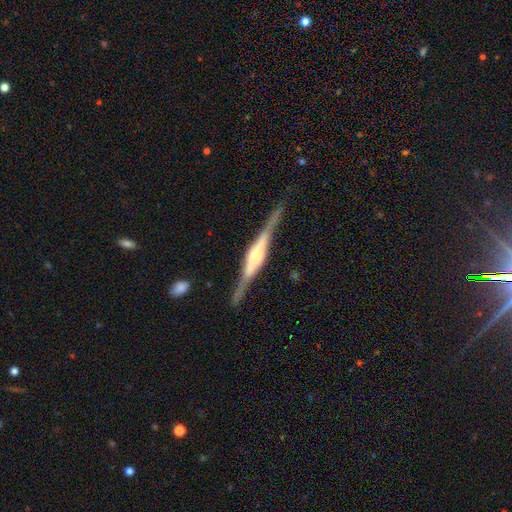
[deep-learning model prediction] A featured or disk galaxy (85%) viewed edge-on (98%) with a rounded central bulge (49%). Merging: none (85%).